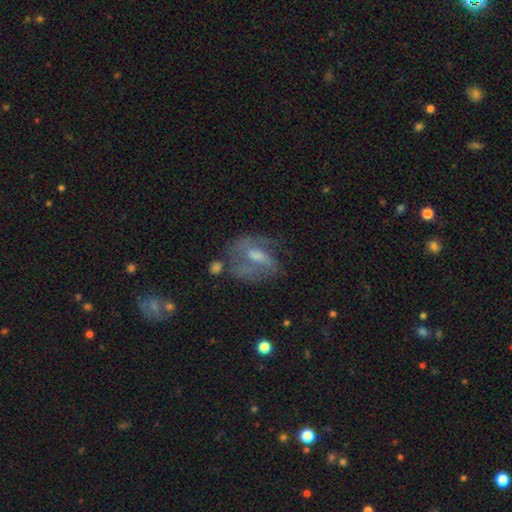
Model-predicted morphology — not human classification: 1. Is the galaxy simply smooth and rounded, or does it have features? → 63% featured or disk, 26% smooth, 11% star or artifact.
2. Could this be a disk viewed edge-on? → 95% no, 5% yes.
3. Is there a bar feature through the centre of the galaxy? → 46% weak, 37% no, 17% strong.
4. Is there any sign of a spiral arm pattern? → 69% yes, 31% no.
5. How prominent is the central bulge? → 46% moderate, 31% small, 14% none, 8% large, 1% dominant.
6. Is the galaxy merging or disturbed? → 48% none, 23% major disturbance, 23% minor disturbance, 7% merger.